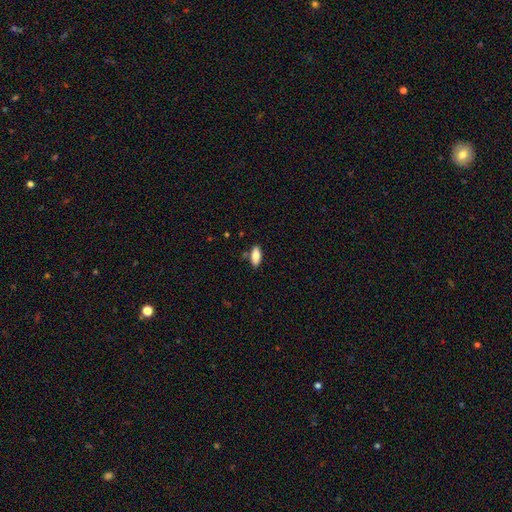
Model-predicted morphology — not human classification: Smooth or featured? smooth (83%)
How rounded? in between (83%)
Merging? none (83%)